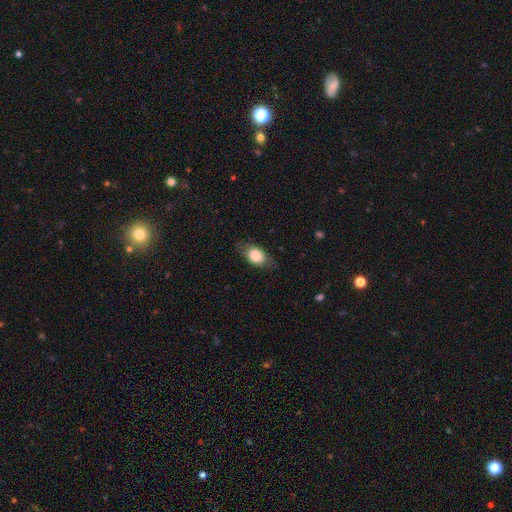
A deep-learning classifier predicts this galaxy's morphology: Smooth or featured? smooth (77%)
How rounded? in between (78%)
Merging? none (77%)